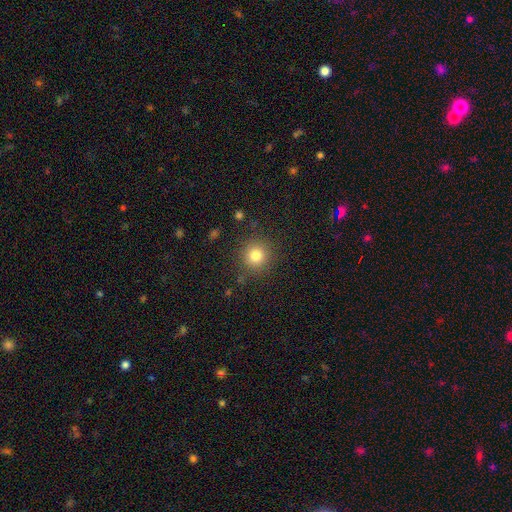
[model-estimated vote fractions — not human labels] This appears to be a smooth galaxy with no disk features (80%) that is round (94%). Merging: none (88%).